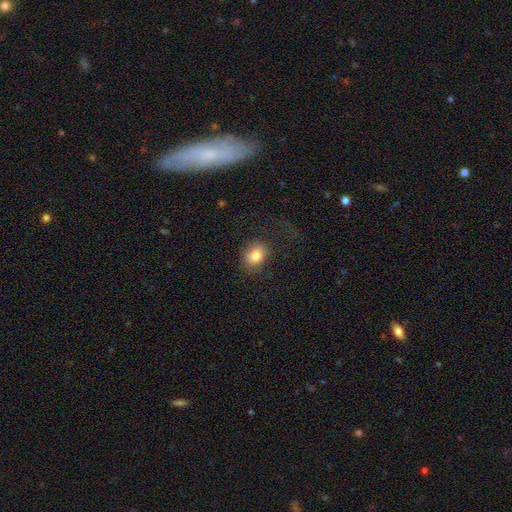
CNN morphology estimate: smooth_or_featured: smooth (p=0.82) [alt: star or artifact p=0.10]
how_rounded: round (p=0.57) [alt: in between p=0.42]
merging: none (p=0.72) [alt: minor disturbance p=0.15]